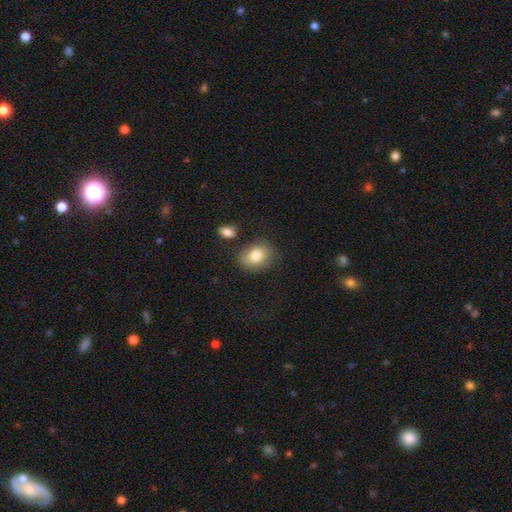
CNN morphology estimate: A smooth galaxy with no disk features (80%) that is in between round and cigar-shaped (62%). Merging: none (74%).